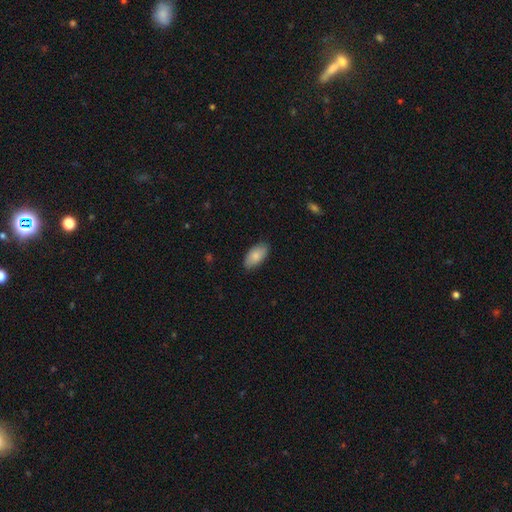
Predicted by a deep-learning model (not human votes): smooth_or_featured: smooth (p=0.86) [alt: featured or disk p=0.08]
how_rounded: in between (p=0.94) [alt: cigar-shaped p=0.04]
merging: none (p=0.86) [alt: minor disturbance p=0.11]